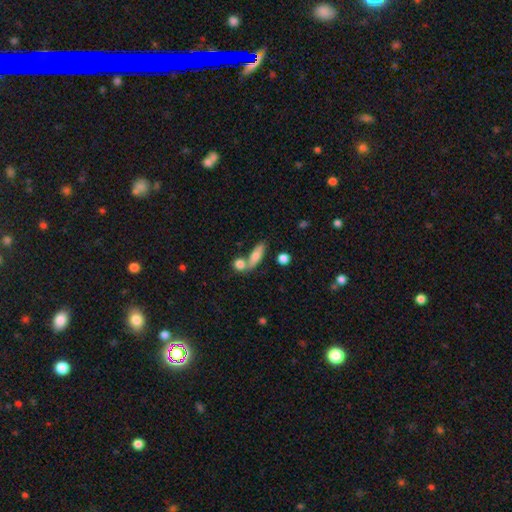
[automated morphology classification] Smooth or featured: smooth — 70% (featured or disk — 22%)
How rounded: in between — 49% (cigar-shaped — 44%)
Merging: none — 53% (merger — 30%)